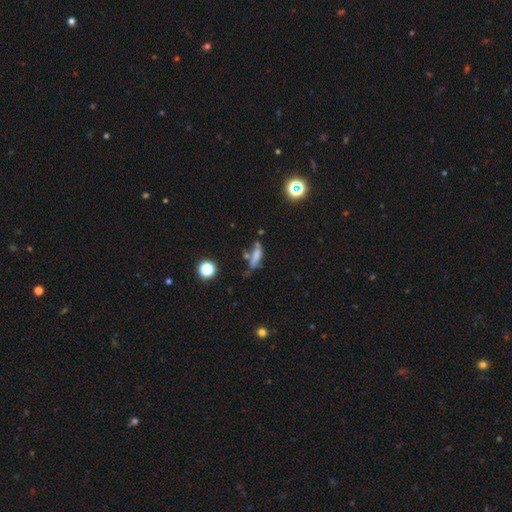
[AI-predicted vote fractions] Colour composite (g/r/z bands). It shows a smooth galaxy with no disk features (63%) that is cigar-shaped (49%). Merging: none (42%).